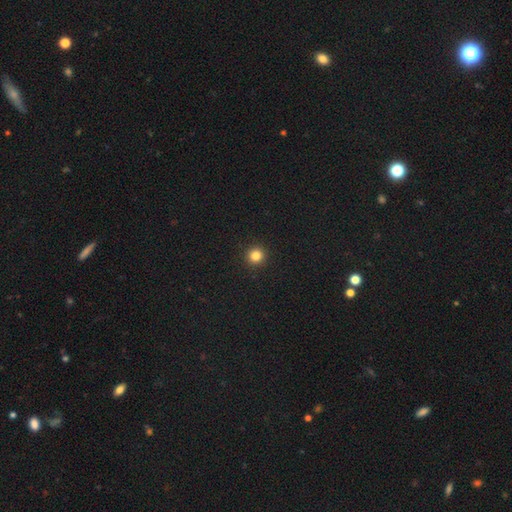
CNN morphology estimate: Smooth or featured? Predicted: smooth (p=0.83). How rounded? Predicted: round (p=0.94). Merging? Predicted: none (p=0.94).